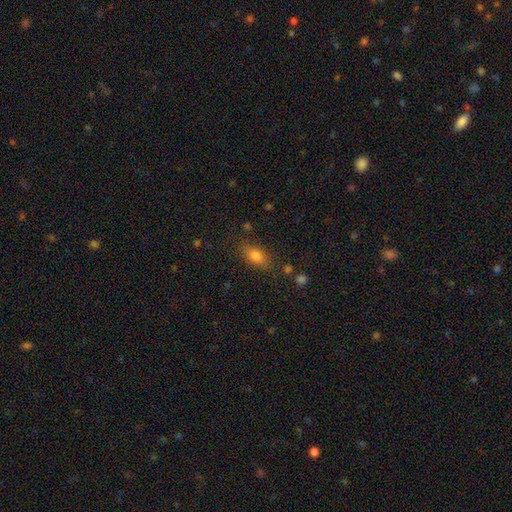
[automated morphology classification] The model was most divided on "merging": none: 79%, minor disturbance: 14%, major disturbance: 4%, merger: 3%. More confident: how rounded — in between (80%); smooth or featured — smooth (79%).